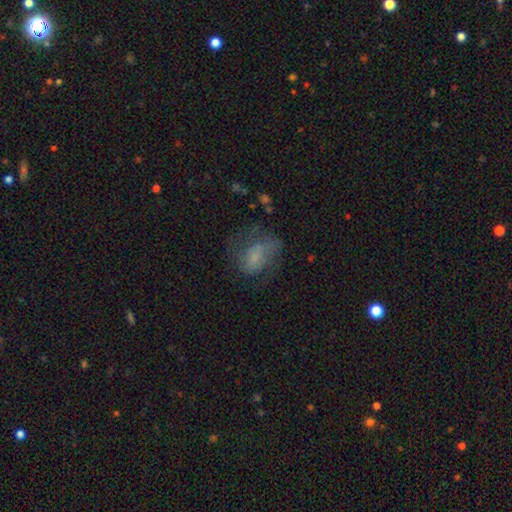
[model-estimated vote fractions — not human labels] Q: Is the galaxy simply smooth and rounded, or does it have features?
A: smooth — 46%.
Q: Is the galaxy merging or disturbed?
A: none — 40%.